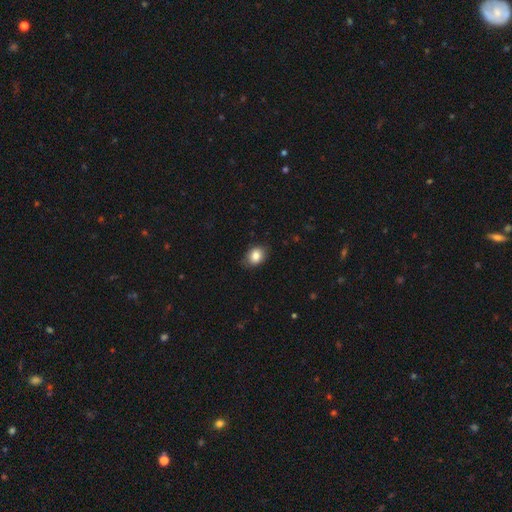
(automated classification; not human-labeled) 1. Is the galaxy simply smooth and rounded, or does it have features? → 84% smooth, 9% star or artifact, 7% featured or disk.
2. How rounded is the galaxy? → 58% in between, 41% round, 1% cigar-shaped.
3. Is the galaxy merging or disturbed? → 81% none, 15% minor disturbance, 3% major disturbance, 1% merger.